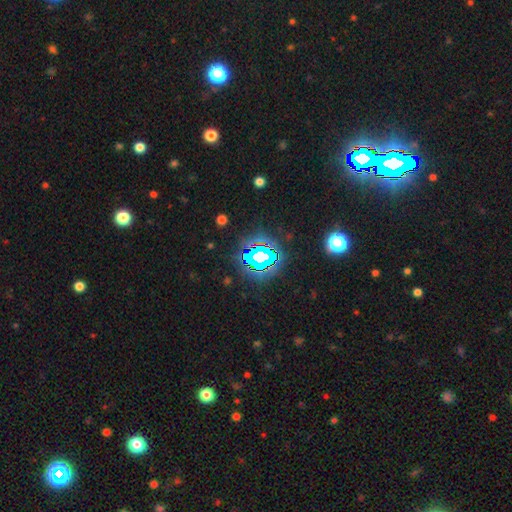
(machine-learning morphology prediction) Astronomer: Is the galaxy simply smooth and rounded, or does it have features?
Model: star or artifact — 77%.